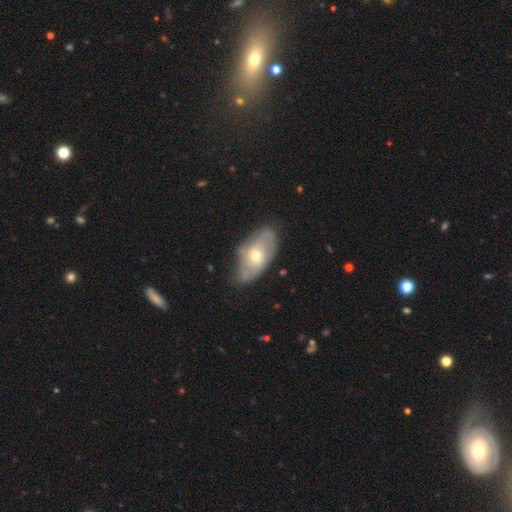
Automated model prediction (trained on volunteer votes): Smooth or featured?
  - featured or disk: 57% *
  - smooth: 36%
  - star or artifact: 7%
Edge-on disk?
  - no: 87% *
  - yes: 13%
Merging?
  - none: 70% *
  - minor disturbance: 23%
  - major disturbance: 6%
  - merger: 2%